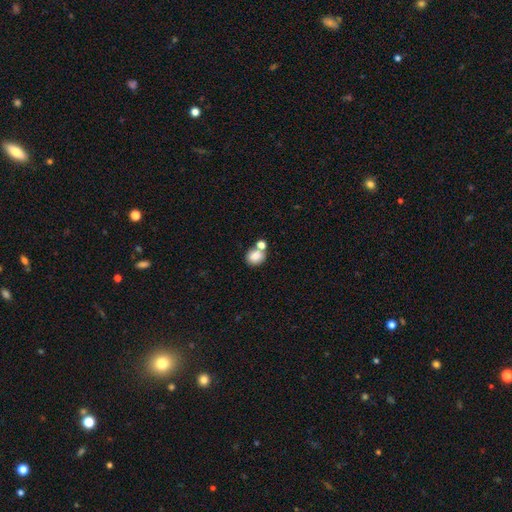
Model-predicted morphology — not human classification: Overall: smooth (84%). How rounded: round (66%; in between 33%). Merging: none (52%; merger 34%).